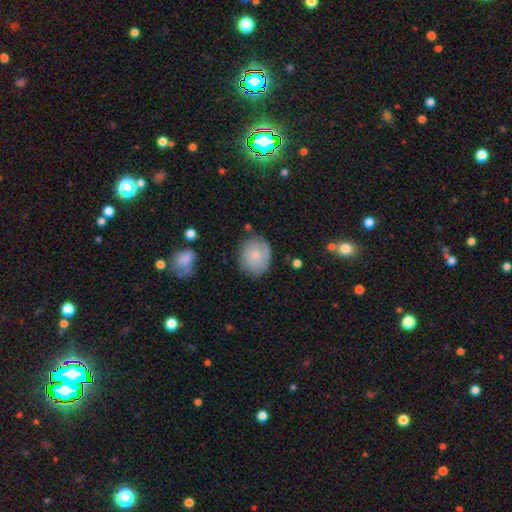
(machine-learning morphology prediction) A smooth galaxy with no disk features (70%) that is round (67%).

Vote fractions:
- Smooth or featured? smooth: 70% / featured or disk: 23% / star or artifact: 7%
- How rounded? round: 67% / in between: 32% / cigar-shaped: 1%
- Merging? none: 74% / minor disturbance: 19% / major disturbance: 5% / merger: 2%